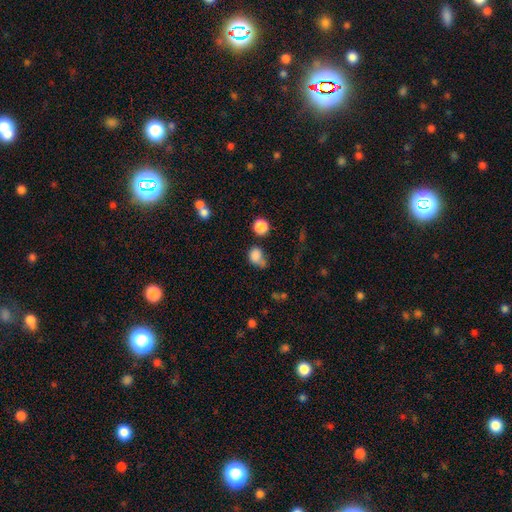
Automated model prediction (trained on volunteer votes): This appears to be a smooth galaxy with no disk features (79%) that is round (51%). Merging: none (40%).